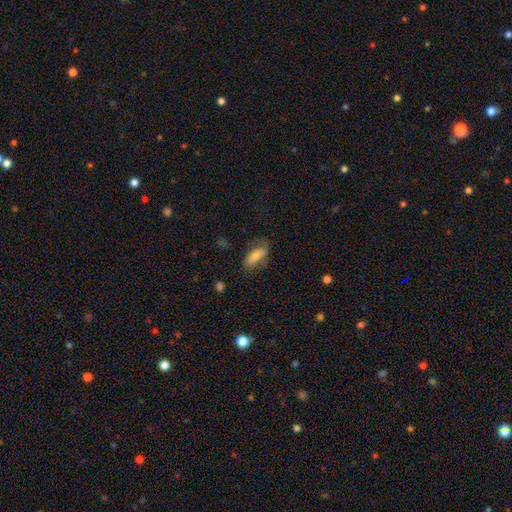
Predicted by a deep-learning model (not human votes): The model was most divided on "merging": none: 61%, minor disturbance: 24%, major disturbance: 13%, merger: 2%. More confident: how rounded — in between (83%); smooth or featured — smooth (67%).